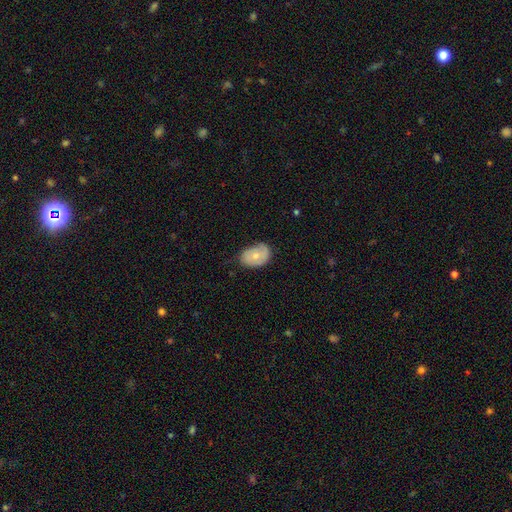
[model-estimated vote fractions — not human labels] A smooth galaxy with no disk features (57%) that is in between round and cigar-shaped (78%). Merging: none (55%).